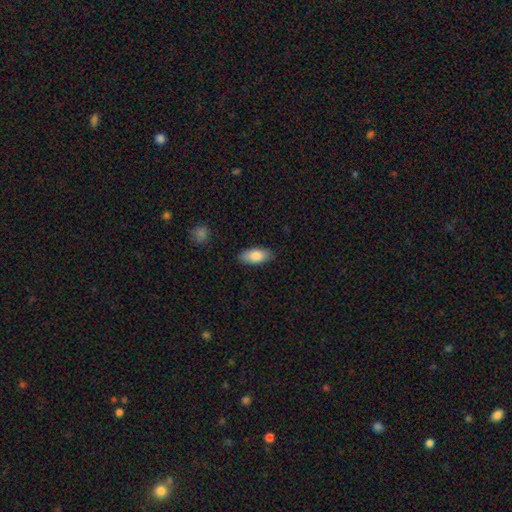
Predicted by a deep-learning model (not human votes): This appears to be a smooth galaxy with no disk features (82%) that is in between round and cigar-shaped (89%). Merging: none (85%).